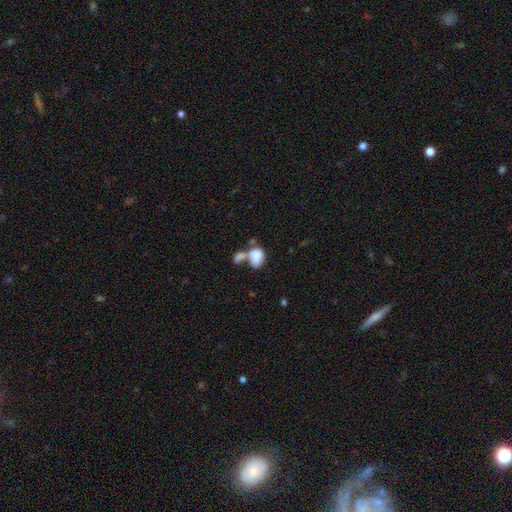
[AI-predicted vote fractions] Overall: smooth (75%). How rounded: in between (78%). Merging: merger (63%).